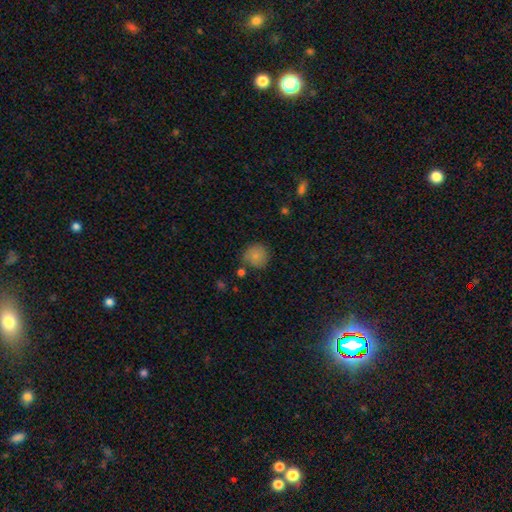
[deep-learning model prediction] A smooth galaxy with no disk features (83%) that is round (90%).

Vote fractions:
- Smooth or featured? smooth: 83% / star or artifact: 9% / featured or disk: 8%
- How rounded? round: 90% / in between: 9% / cigar-shaped: 1%
- Merging? none: 72% / minor disturbance: 17% / merger: 7% / major disturbance: 4%